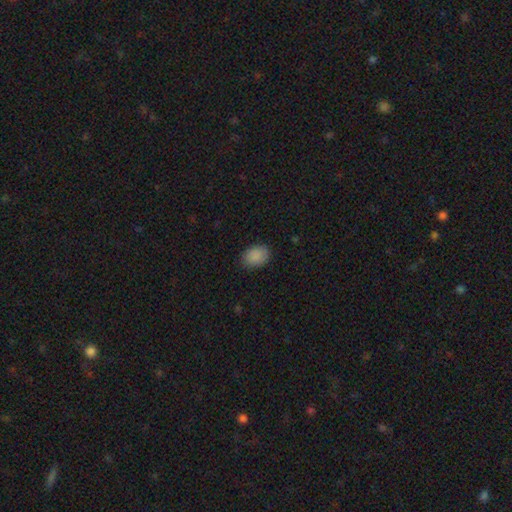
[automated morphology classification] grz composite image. It shows a smooth galaxy with no disk features (89%) that is in between round and cigar-shaped (71%). Merging: none (84%).